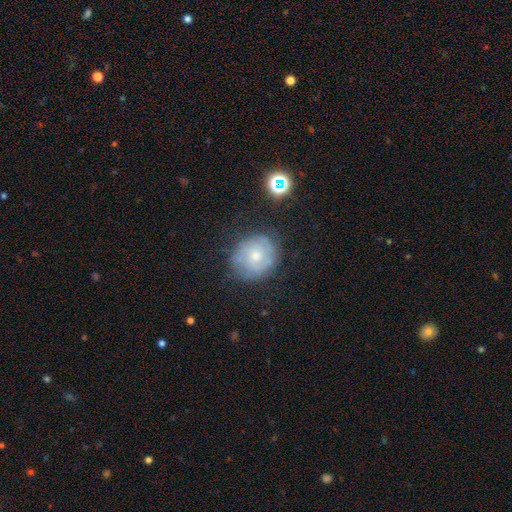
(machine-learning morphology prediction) This is possibly a featured or disk galaxy (49%). Merging: likely none (71%).